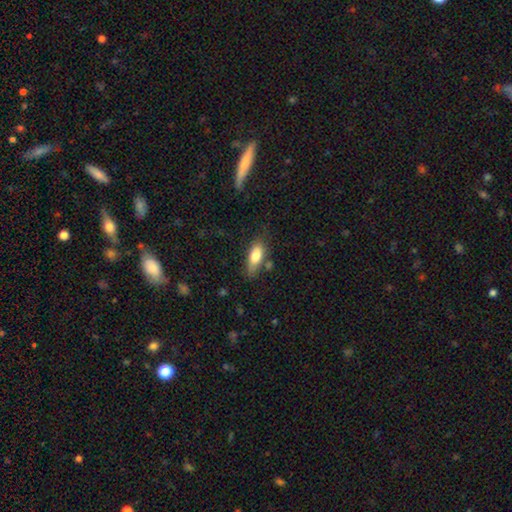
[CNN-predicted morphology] type=smooth (79%); roundness=in between (77%); merging=none (67%).